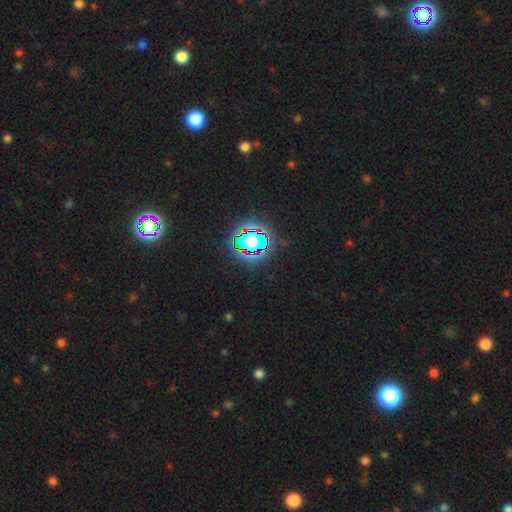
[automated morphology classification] smooth_or_featured: star or artifact (p=0.79) [alt: smooth p=0.13]